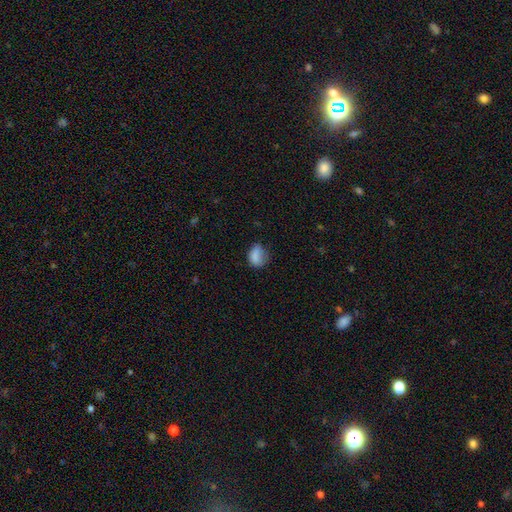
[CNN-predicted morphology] smooth_or_featured: smooth (p=0.81) [alt: star or artifact p=0.10]
how_rounded: in between (p=0.64) [alt: round p=0.34]
merging: none (p=0.49) [alt: minor disturbance p=0.34]